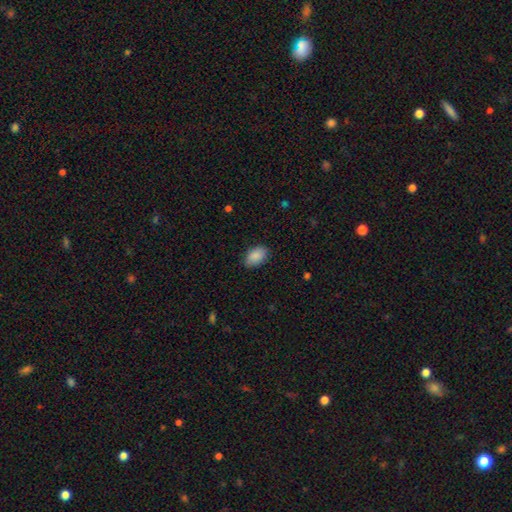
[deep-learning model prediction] Morphology: type=smooth (89%); roundness=in between (91%); merging=none (84%).